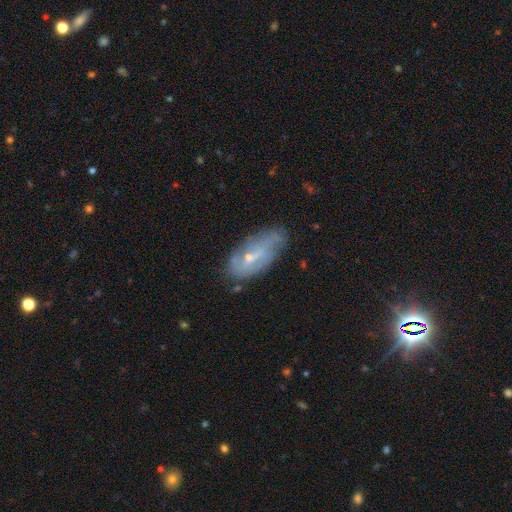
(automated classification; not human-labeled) A featured or disk galaxy (58%) with no bar (47%), spiral arms (66%) and a small central bulge (61%). Merging: none (66%).